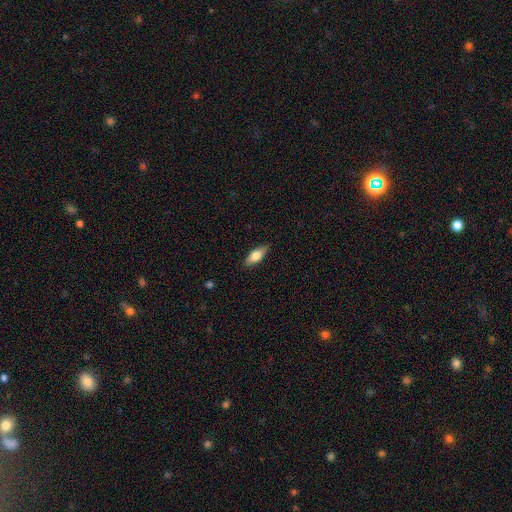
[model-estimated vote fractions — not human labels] A smooth galaxy with no disk features (69%) that is in between round and cigar-shaped (73%).

Vote fractions:
- Smooth or featured? smooth: 69% / featured or disk: 24% / star or artifact: 6%
- How rounded? in between: 73% / cigar-shaped: 24% / round: 3%
- Merging? none: 87% / minor disturbance: 10% / major disturbance: 2% / merger: 1%